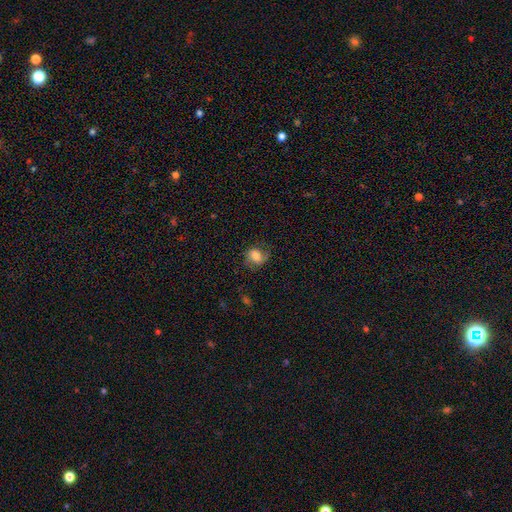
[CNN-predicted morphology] Smooth or featured?
  - smooth: 64% *
  - featured or disk: 26%
  - star or artifact: 10%
How rounded?
  - round: 52% *
  - in between: 47%
  - cigar-shaped: 1%
Merging?
  - none: 64% *
  - minor disturbance: 22%
  - major disturbance: 12%
  - merger: 1%